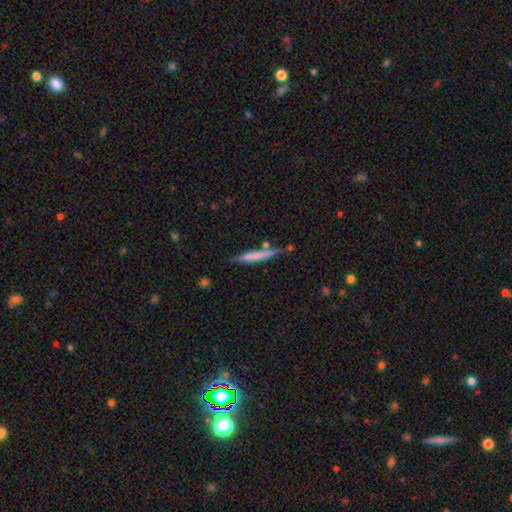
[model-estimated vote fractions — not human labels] This appears to be a smooth galaxy with no disk features (63%) that is cigar-shaped (94%). Merging: none (74%).